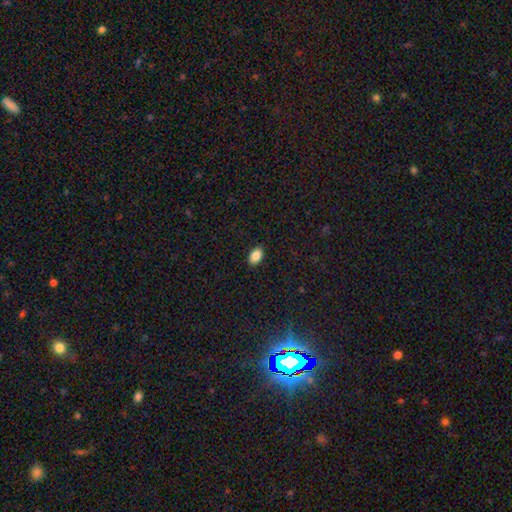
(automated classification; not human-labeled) Smooth or featured? Predicted: smooth (p=0.87). How rounded? Predicted: in between (p=0.89). Merging? Predicted: none (p=0.89).